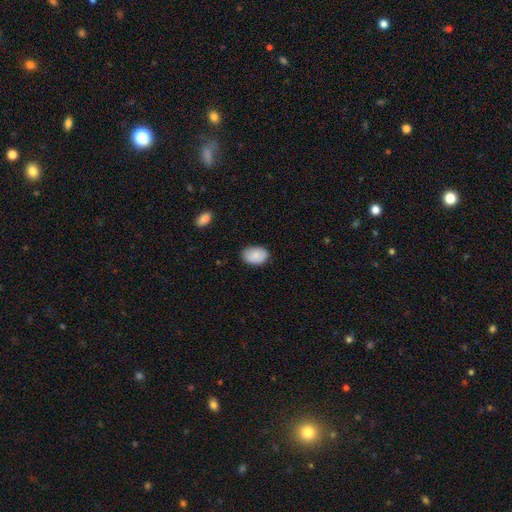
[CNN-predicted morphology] The model was most divided on "how rounded": in between: 82%, round: 17%, cigar-shaped: 1%. More confident: smooth or featured — smooth (89%); merging — none (84%).